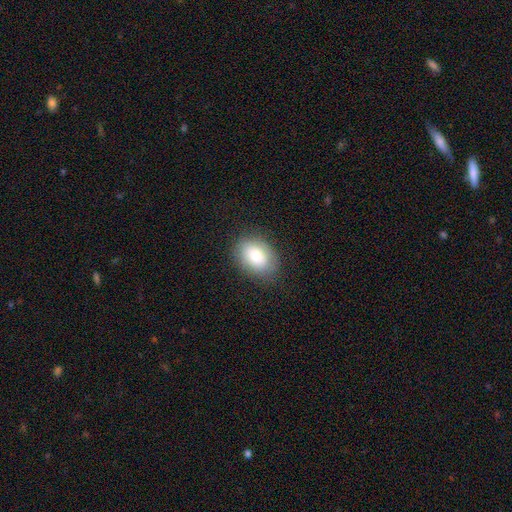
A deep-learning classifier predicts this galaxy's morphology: The model was most divided on "how rounded": in between: 78%, round: 21%, cigar-shaped: 1%. More confident: merging — none (83%); smooth or featured — smooth (81%).